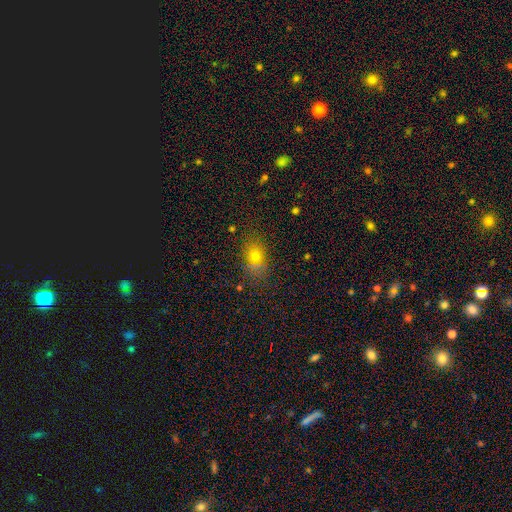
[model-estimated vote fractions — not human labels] smooth-or-featured: smooth: 66% | star or artifact: 21% | featured or disk: 13%
  how-rounded: in between: 64% | round: 33% | cigar-shaped: 3%
  merging: none: 74% | minor disturbance: 15% | merger: 6% | major disturbance: 5%